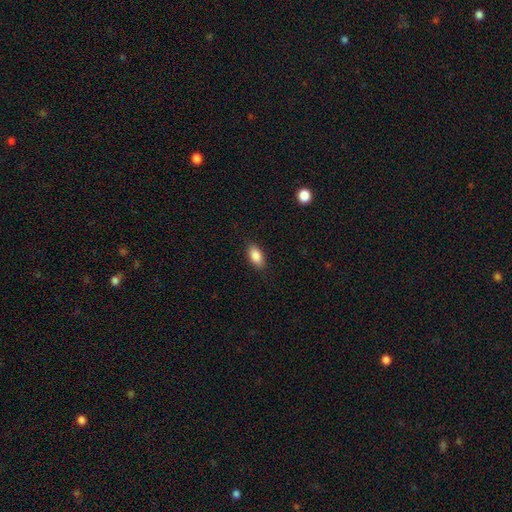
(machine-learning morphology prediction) type=smooth (86%); roundness=in between (91%); merging=none (88%).